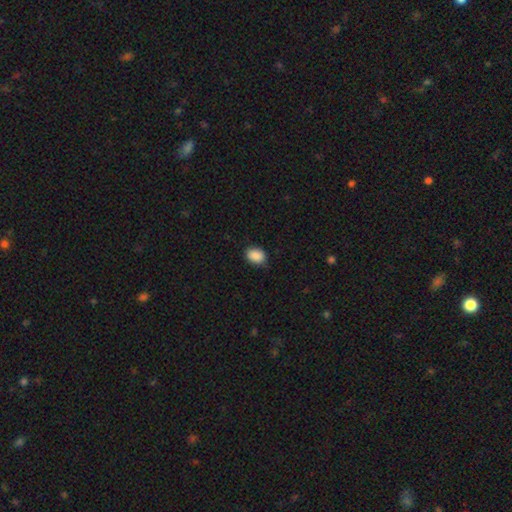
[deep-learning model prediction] smooth-or-featured: smooth: 89% | star or artifact: 8% | featured or disk: 3%
  how-rounded: in between: 71% | round: 28% | cigar-shaped: 1%
  merging: none: 81% | minor disturbance: 15% | major disturbance: 3% | merger: 1%